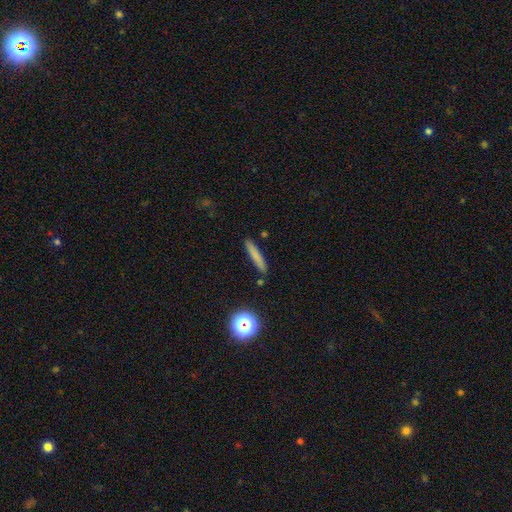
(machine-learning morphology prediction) This appears to be a smooth galaxy with no disk features (75%) that is cigar-shaped (92%). Merging: none (87%).